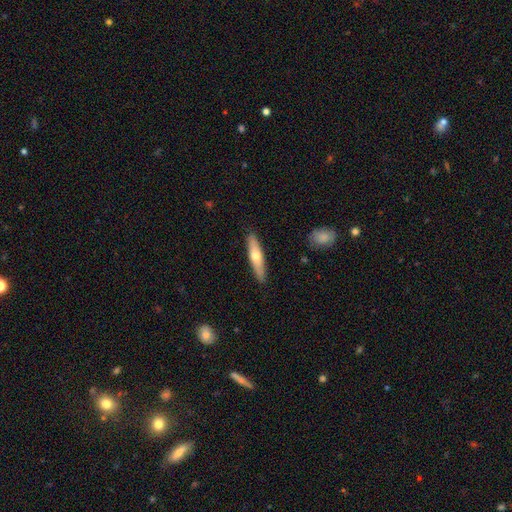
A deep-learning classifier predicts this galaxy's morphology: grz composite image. It shows a smooth galaxy with no disk features (53%) that is cigar-shaped (80%). Merging: none (89%).